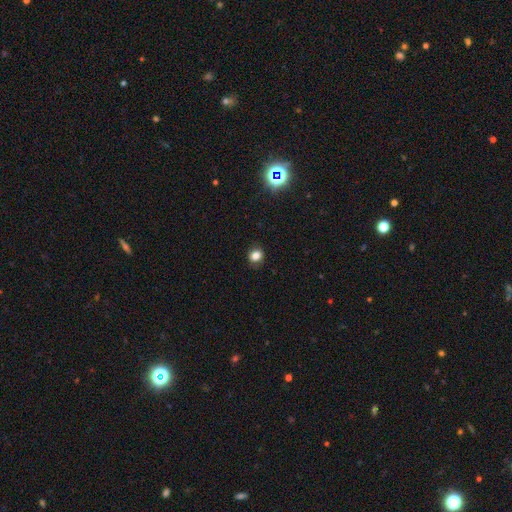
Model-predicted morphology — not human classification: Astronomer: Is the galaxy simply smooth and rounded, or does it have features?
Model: smooth — 78%.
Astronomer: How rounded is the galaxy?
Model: round — 70%.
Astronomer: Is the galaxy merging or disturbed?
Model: none — 85%.